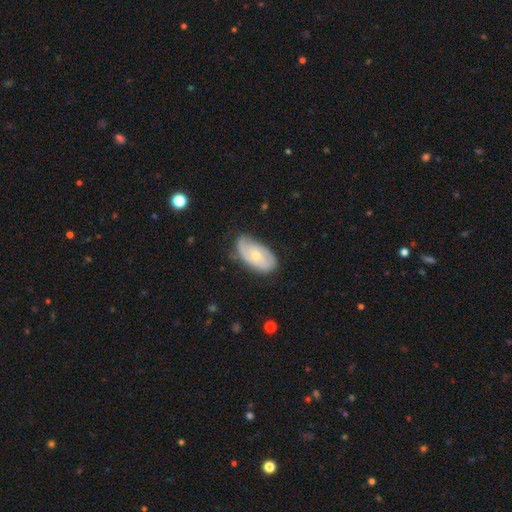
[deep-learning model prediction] Smooth or featured? featured or disk (56%)
Edge-on disk? no (93%)
Bar? no (76%)
Spiral arms? yes (75%)
Bulge size? small (54%)
Merging? none (60%)